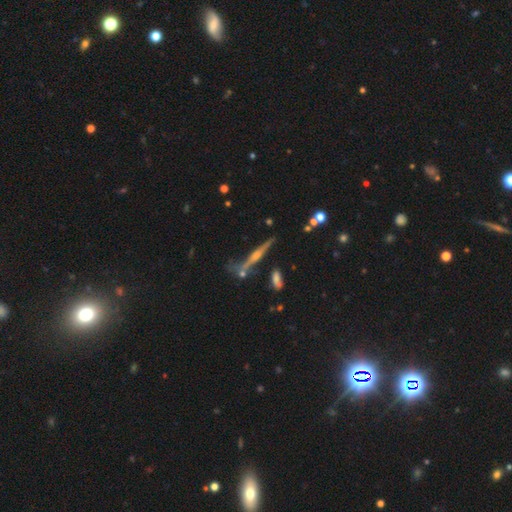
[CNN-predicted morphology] Smooth or featured?
  - featured or disk: 74% *
  - smooth: 16%
  - star or artifact: 11%
Edge-on disk?
  - yes: 95% *
  - no: 5%
Edge-on bulge?
  - rounded: 76% *
  - none: 13%
  - boxy: 11%
Merging?
  - none: 70% *
  - minor disturbance: 15%
  - merger: 10%
  - major disturbance: 6%